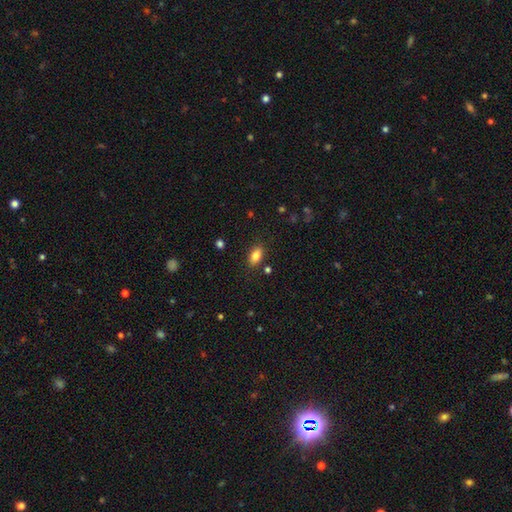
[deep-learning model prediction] A smooth galaxy with no disk features (84%) that is in between round and cigar-shaped (89%).

Vote fractions:
- Smooth or featured? smooth: 84% / star or artifact: 9% / featured or disk: 7%
- How rounded? in between: 89% / round: 8% / cigar-shaped: 3%
- Merging? none: 85% / minor disturbance: 10% / major disturbance: 3% / merger: 2%